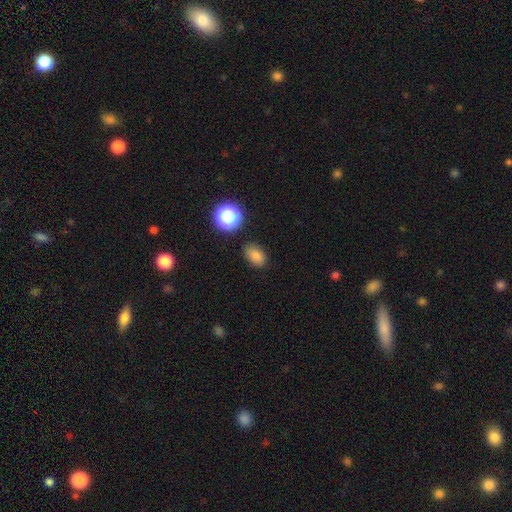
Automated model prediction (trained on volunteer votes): smooth_or_featured: smooth (p=0.81) [alt: star or artifact p=0.13]
how_rounded: in between (p=0.80) [alt: round p=0.18]
merging: none (p=0.83) [alt: minor disturbance p=0.11]